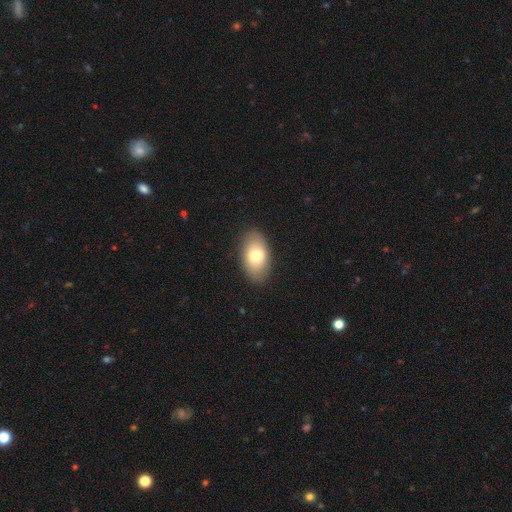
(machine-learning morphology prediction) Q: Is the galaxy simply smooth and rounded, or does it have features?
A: smooth — 74%.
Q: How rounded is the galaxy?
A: in between — 92%.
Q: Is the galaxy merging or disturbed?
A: none — 86%.